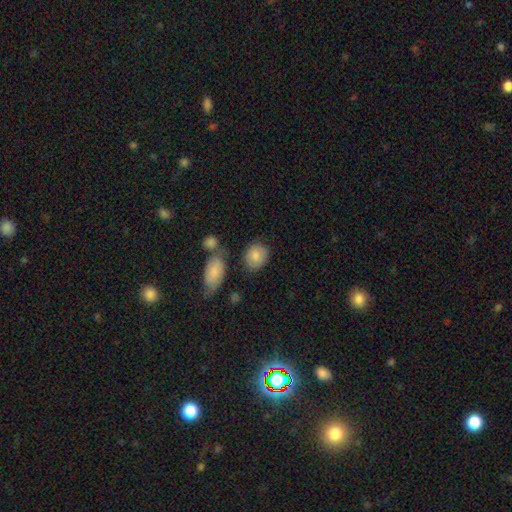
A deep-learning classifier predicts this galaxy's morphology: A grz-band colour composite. It shows a smooth galaxy with no disk features (82%) that is round (54%). Merging: none (70%).